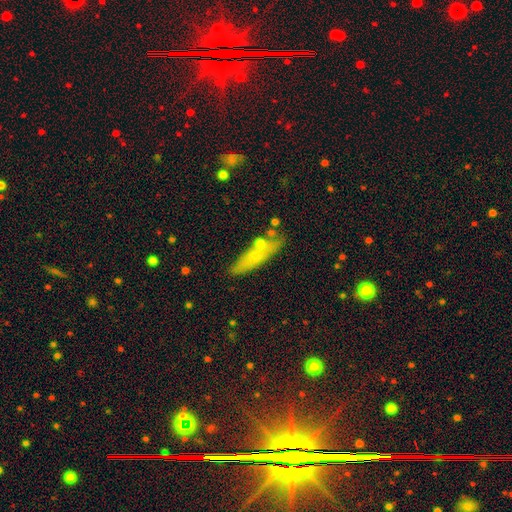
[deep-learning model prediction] A smooth galaxy with no disk features (61%) that is cigar-shaped (66%).

Vote fractions:
- Smooth or featured? smooth: 61% / featured or disk: 30% / star or artifact: 10%
- How rounded? cigar-shaped: 66% / in between: 31% / round: 3%
- Merging? none: 72% / minor disturbance: 15% / merger: 8% / major disturbance: 4%